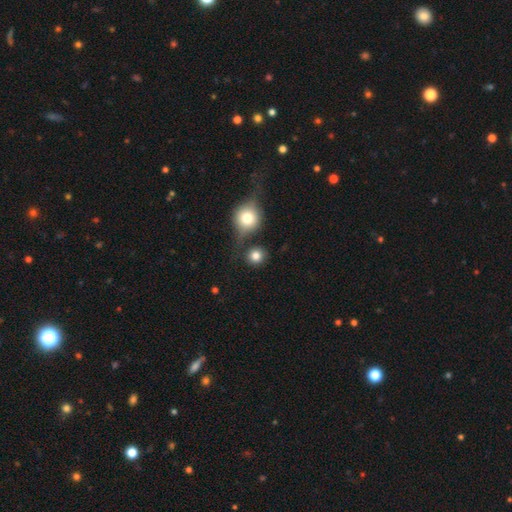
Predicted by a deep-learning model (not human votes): Overall: smooth (81%). How rounded: round (89%). Merging: none (71%).